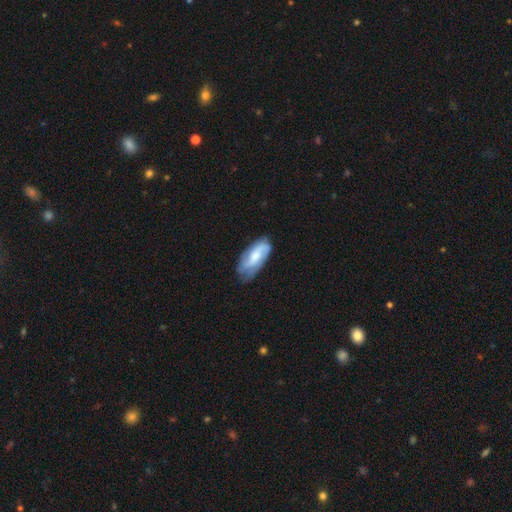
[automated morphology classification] Smooth or featured? Predicted: featured or disk (p=0.57). Edge-on disk? Predicted: no (p=0.92). Bar? Predicted: no (p=0.52). Spiral arms? Predicted: yes (p=0.89). Bulge size? Predicted: moderate (p=0.46). Merging? Predicted: none (p=0.64).